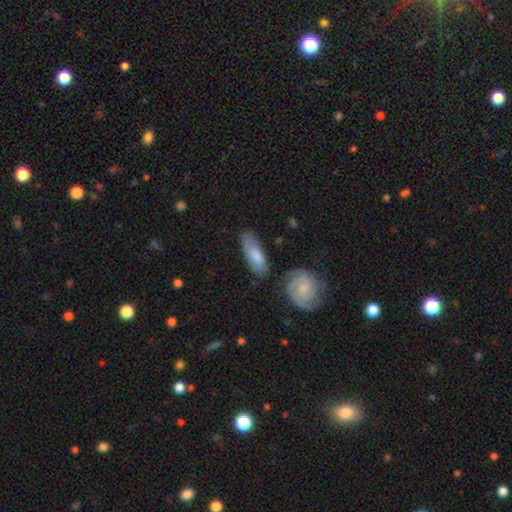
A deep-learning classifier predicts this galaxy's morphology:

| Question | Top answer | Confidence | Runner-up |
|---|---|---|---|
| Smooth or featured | smooth | 65% | featured or disk (29%) |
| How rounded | in between | 64% | cigar-shaped (34%) |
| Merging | none | 63% | minor disturbance (23%) |